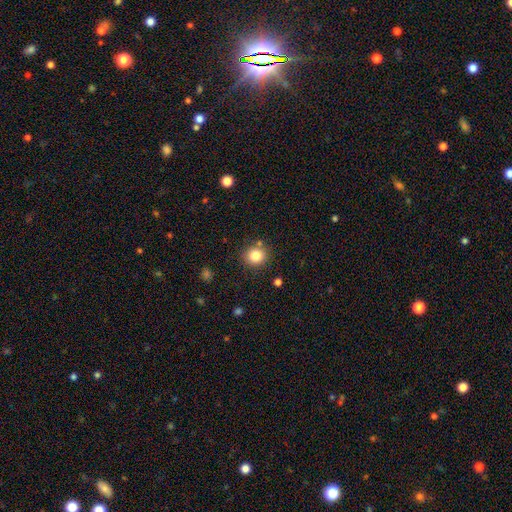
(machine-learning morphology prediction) Overall: smooth (83%). How rounded: round (86%). Merging: none (84%).